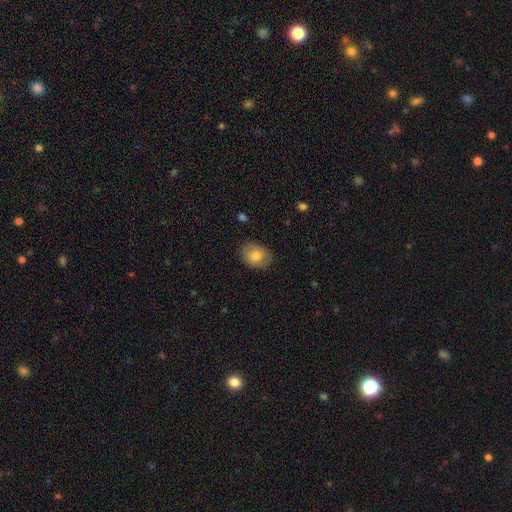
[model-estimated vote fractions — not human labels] A smooth galaxy with no disk features (77%) that is in between round and cigar-shaped (66%).

Vote fractions:
- Smooth or featured? smooth: 77% / featured or disk: 16% / star or artifact: 7%
- How rounded? in between: 66% / round: 33% / cigar-shaped: 1%
- Merging? none: 83% / minor disturbance: 13% / major disturbance: 3% / merger: 1%